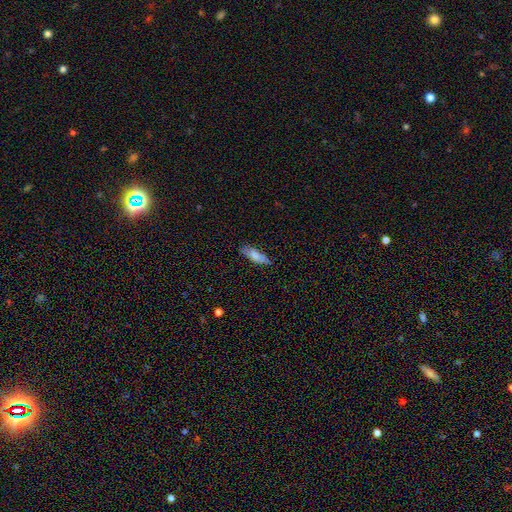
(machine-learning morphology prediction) smooth_or_featured: smooth (p=0.76) [alt: featured or disk p=0.17]
how_rounded: in between (p=0.57) [alt: cigar-shaped p=0.41]
merging: none (p=0.79) [alt: minor disturbance p=0.17]